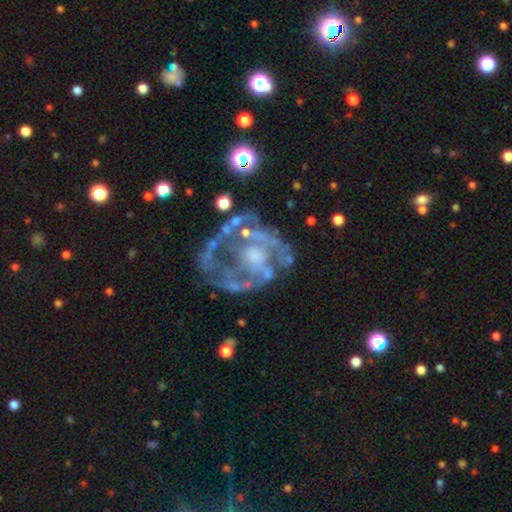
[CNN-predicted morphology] Smooth or featured?
  - featured or disk: 81% *
  - smooth: 11%
  - star or artifact: 9%
Edge-on disk?
  - no: 97% *
  - yes: 3%
Bar?
  - no: 77% *
  - weak: 17%
  - strong: 6%
Spiral arms?
  - yes: 52% *
  - no: 48%
Bulge size?
  - moderate: 43% *
  - none: 23%
  - small: 22%
  - large: 11%
  - dominant: 2%
Merging?
  - none: 51% *
  - major disturbance: 24%
  - minor disturbance: 19%
  - merger: 5%